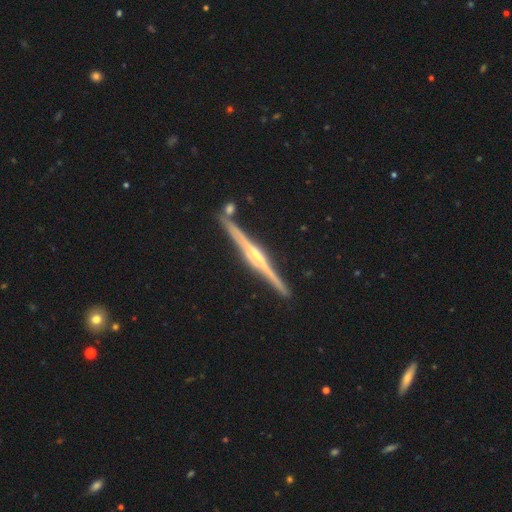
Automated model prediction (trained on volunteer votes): The model was most divided on "edge-on bulge": rounded: 79%, none: 11%, boxy: 9%. More confident: edge-on disk — yes (98%); merging — none (87%); smooth or featured — featured or disk (86%).